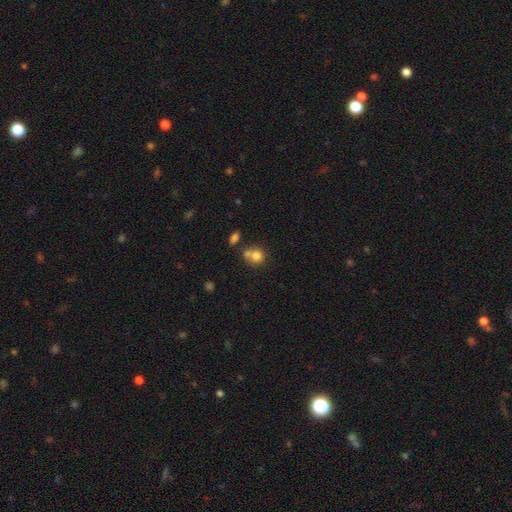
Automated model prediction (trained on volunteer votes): smooth_or_featured: smooth (p=0.78) [alt: featured or disk p=0.11]
how_rounded: round (p=0.82) [alt: in between p=0.17]
merging: none (p=0.46) [alt: merger p=0.39]